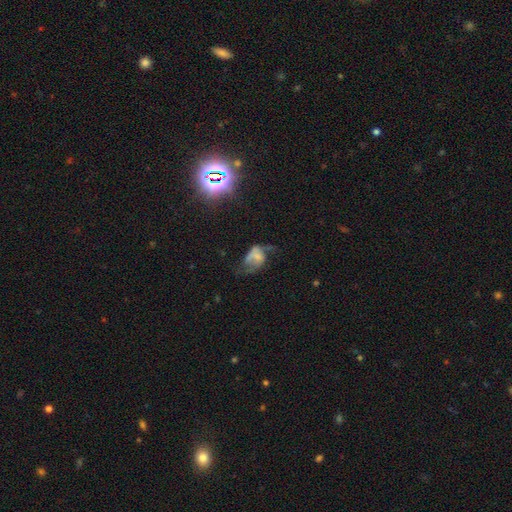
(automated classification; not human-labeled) Morphology: type=featured or disk (45%); merging=major disturbance (44%).